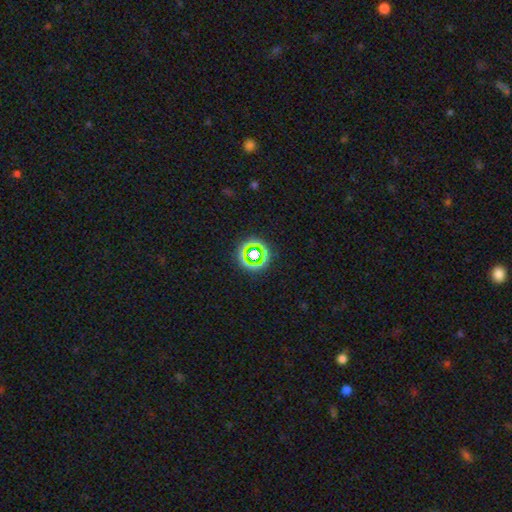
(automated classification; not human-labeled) Smooth or featured: star or artifact — 61% (smooth — 26%)